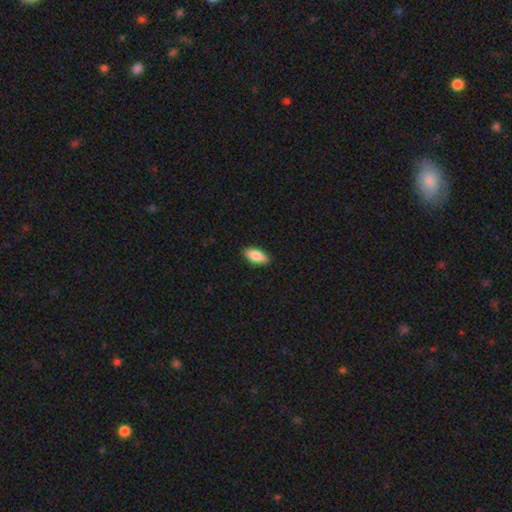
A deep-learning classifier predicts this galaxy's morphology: Q: Smooth or featured?
A: smooth (81%); runner-up: featured or disk (13%)
Q: How rounded?
A: in between (83%); runner-up: cigar-shaped (14%)
Q: Merging?
A: none (89%); runner-up: minor disturbance (9%)